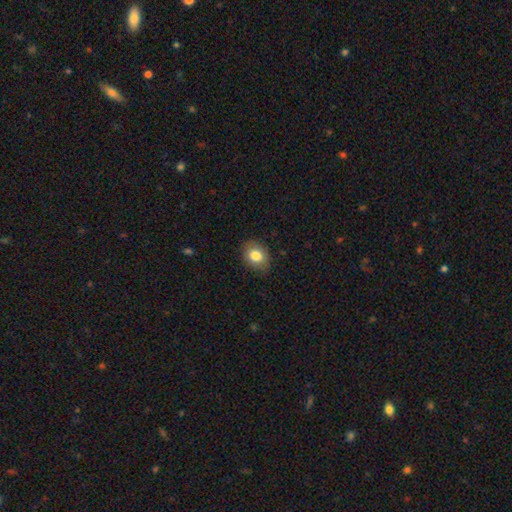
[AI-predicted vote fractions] smooth 82%, featured or disk 10%, star or artifact 9%. Down the decision tree: how rounded — in between (57%); merging — none (85%).